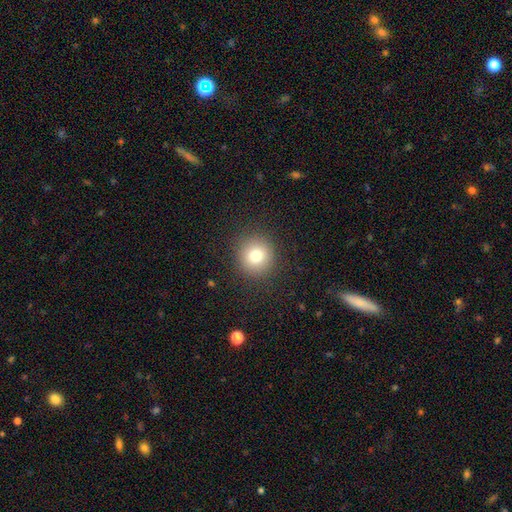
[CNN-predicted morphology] smooth 78%, star or artifact 12%, featured or disk 9%. Down the decision tree: how rounded — round (93%); merging — none (90%).